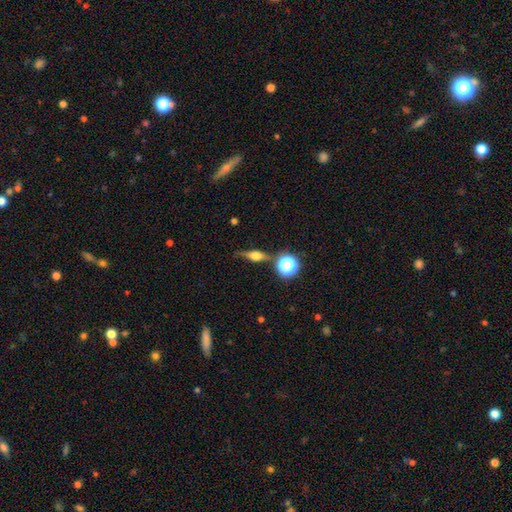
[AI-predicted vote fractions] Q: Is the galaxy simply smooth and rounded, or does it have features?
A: featured or disk — 52%.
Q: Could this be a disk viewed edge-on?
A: yes — 89%.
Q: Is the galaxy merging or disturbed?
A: none — 71%.